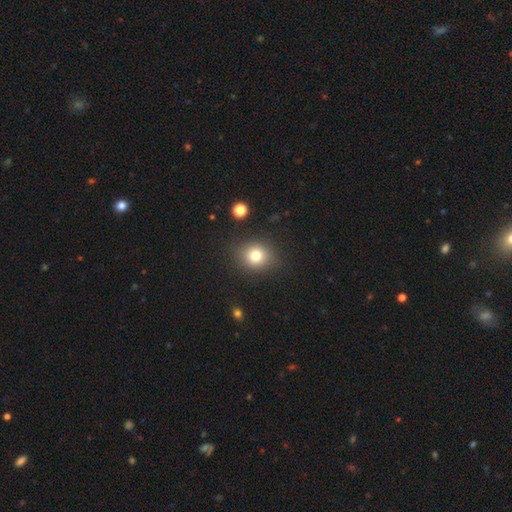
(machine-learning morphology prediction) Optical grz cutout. It shows a smooth galaxy with no disk features (78%) that is round (70%). Merging: none (86%).